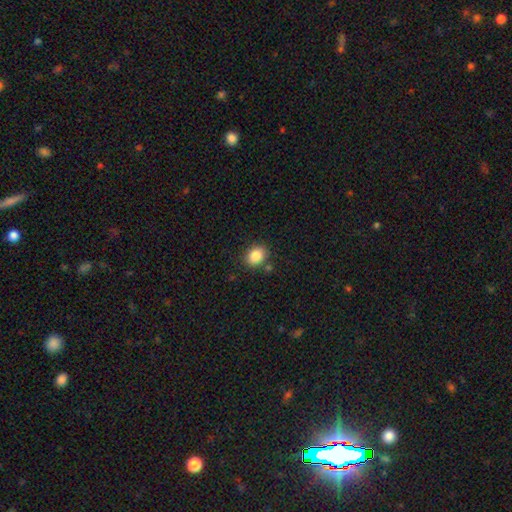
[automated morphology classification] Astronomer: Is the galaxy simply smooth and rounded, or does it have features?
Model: smooth — 86%.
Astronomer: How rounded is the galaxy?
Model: round — 51% (runner-up: in between, 48%).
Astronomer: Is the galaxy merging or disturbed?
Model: none — 82%.